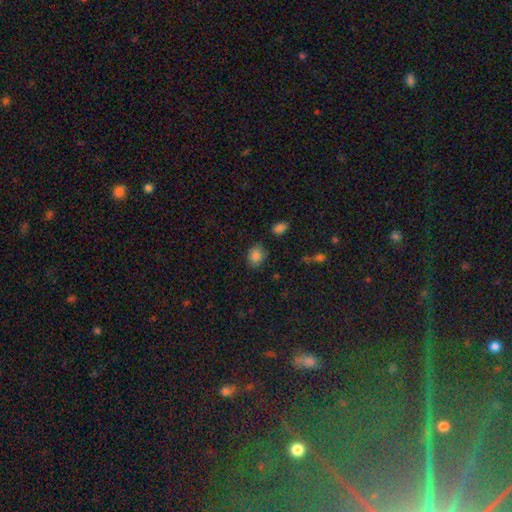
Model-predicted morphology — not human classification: Smooth or featured? Predicted: smooth (p=0.85). How rounded? Predicted: round (p=0.52). Merging? Predicted: none (p=0.79).